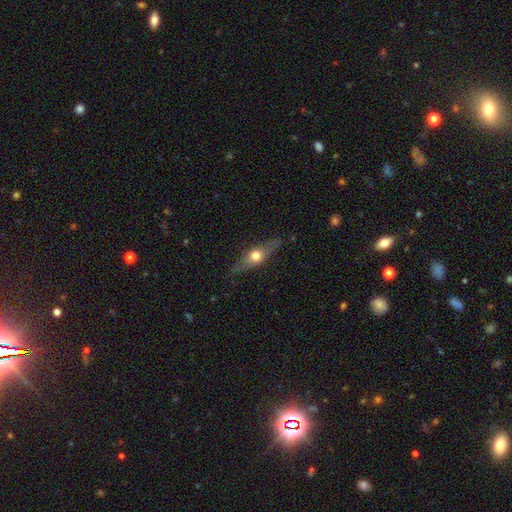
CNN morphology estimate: Smooth or featured? Predicted: featured or disk (p=0.56). Edge-on disk? Predicted: yes (p=0.86). Merging? Predicted: none (p=0.82).